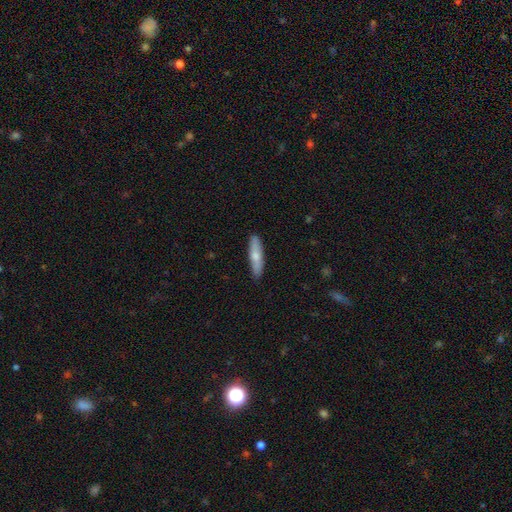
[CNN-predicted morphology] A smooth galaxy with no disk features (69%) that is cigar-shaped (72%).

Vote fractions:
- Smooth or featured? smooth: 69% / featured or disk: 25% / star or artifact: 5%
- How rounded? cigar-shaped: 72% / in between: 26% / round: 2%
- Merging? none: 87% / minor disturbance: 10% / major disturbance: 2% / merger: 1%